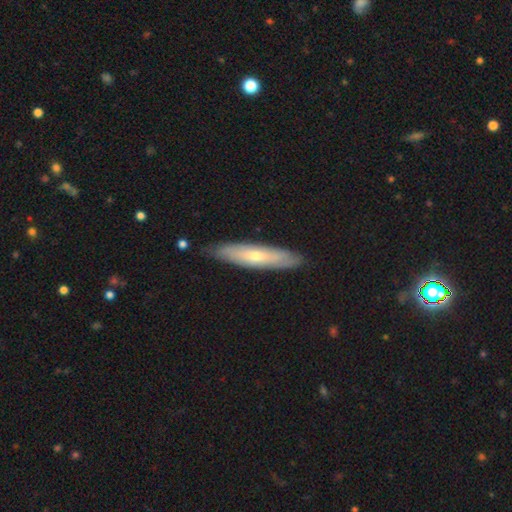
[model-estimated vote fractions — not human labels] Q: Smooth or featured?
A: smooth (50%); runner-up: featured or disk (45%)
Q: Merging?
A: none (84%); runner-up: minor disturbance (13%)